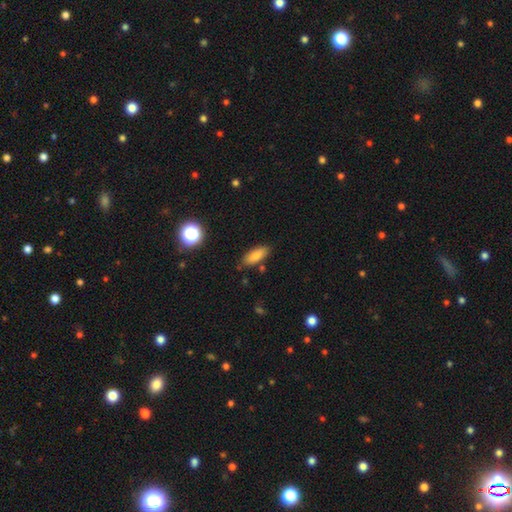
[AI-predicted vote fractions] This is clearly a smooth galaxy (82%). How rounded: likely in between (72%). Merging: clearly none (82%).